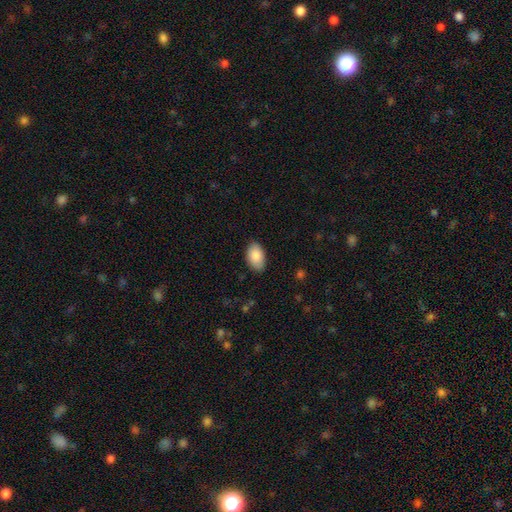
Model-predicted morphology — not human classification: Overall: smooth (89%). How rounded: in between (94%). Merging: none (85%).